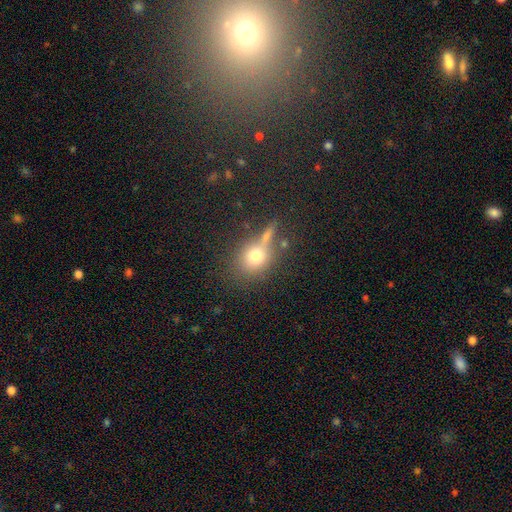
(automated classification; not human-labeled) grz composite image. It shows a smooth galaxy with no disk features (72%) that is round (66%). Merging: none (57%).